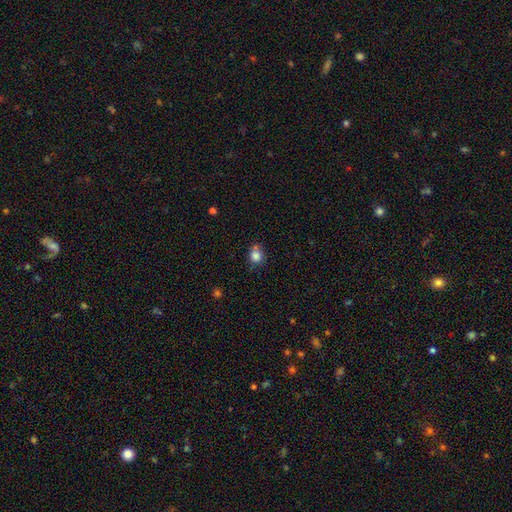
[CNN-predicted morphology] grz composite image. It shows a smooth galaxy with no disk features (81%) that is round (75%). Merging: none (56%).